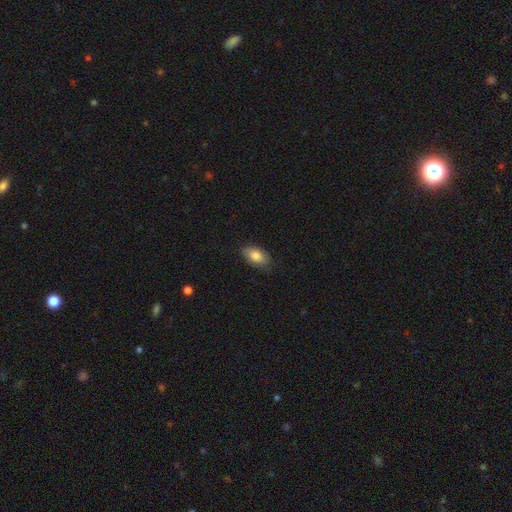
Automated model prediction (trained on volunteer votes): smooth-or-featured: smooth: 84% | featured or disk: 10% | star or artifact: 7%
  how-rounded: in between: 92% | round: 6% | cigar-shaped: 2%
  merging: none: 80% | minor disturbance: 16% | major disturbance: 3% | merger: 1%